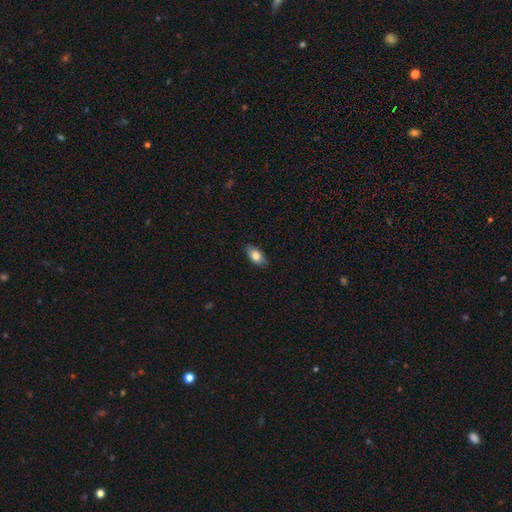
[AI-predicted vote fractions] Overall: smooth (81%). How rounded: in between (90%). Merging: none (85%).